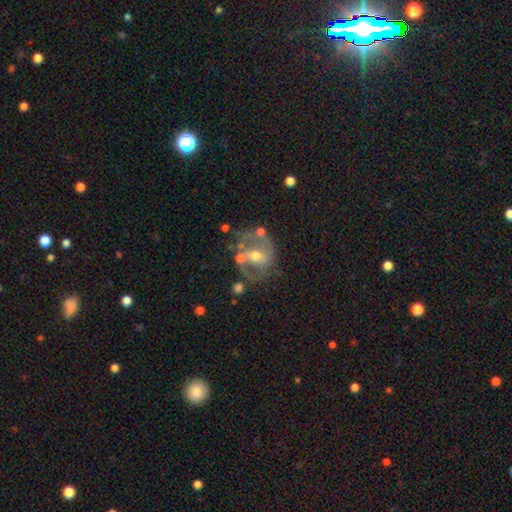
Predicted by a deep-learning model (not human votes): smooth_or_featured: featured or disk (p=0.67) [alt: smooth p=0.24]
disk_edge_on: no (p=0.96) [alt: yes p=0.04]
bar: no (p=0.47) [alt: weak p=0.35]
has_spiral_arms: yes (p=0.55) [alt: no p=0.45]
bulge_size: moderate (p=0.67) [alt: small p=0.24]
merging: none (p=0.51) [alt: minor disturbance p=0.21]